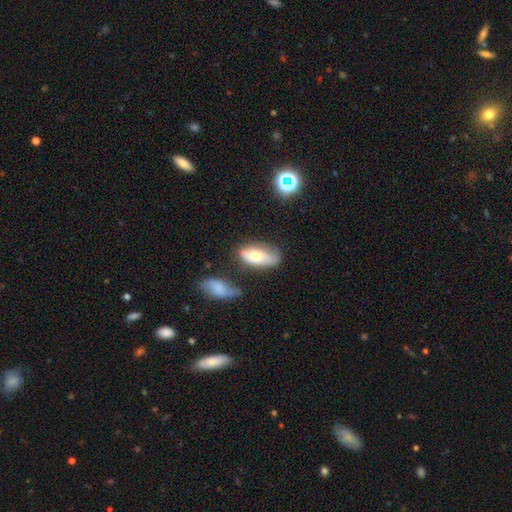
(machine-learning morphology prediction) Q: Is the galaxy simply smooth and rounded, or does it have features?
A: smooth — 62%.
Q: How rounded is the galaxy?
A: in between — 89%.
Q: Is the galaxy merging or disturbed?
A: none — 49%.